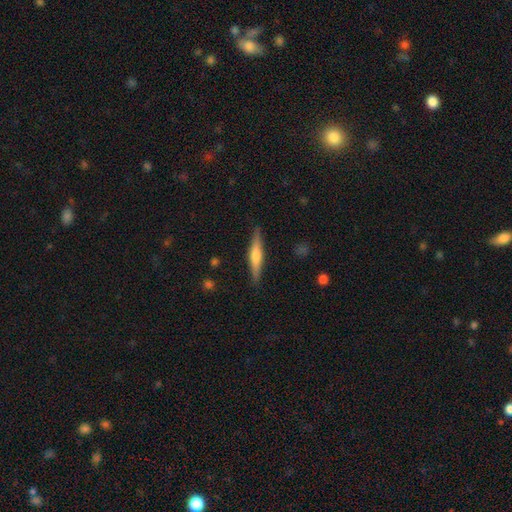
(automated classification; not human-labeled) Smooth or featured? featured or disk (47%, tied with smooth)
Merging? none (88%)